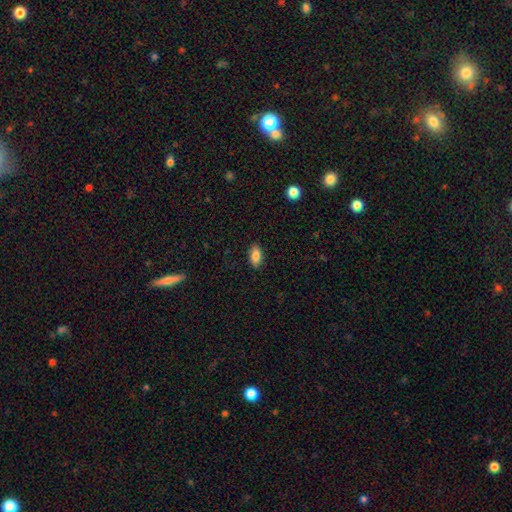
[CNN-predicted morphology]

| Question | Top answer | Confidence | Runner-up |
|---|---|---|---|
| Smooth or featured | smooth | 85% | featured or disk (8%) |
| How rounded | in between | 91% | cigar-shaped (6%) |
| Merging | none | 88% | minor disturbance (9%) |